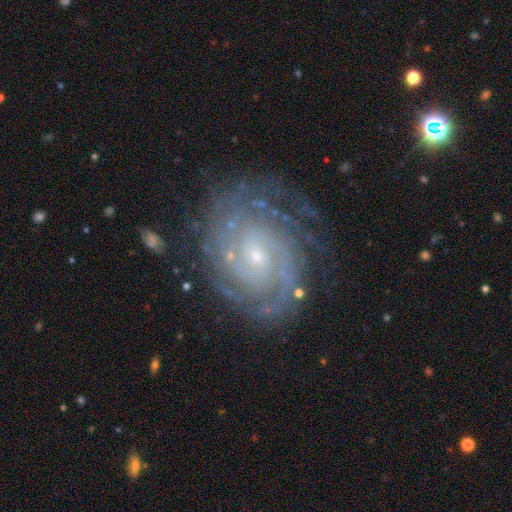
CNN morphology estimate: A featured or disk galaxy (89%) with no bar (64%), 2 (28%) tight (77%) spiral arms (98%) and a small central bulge (76%).

Vote fractions:
- Smooth or featured? featured or disk: 89% / star or artifact: 7% / smooth: 5%
- Edge-on disk? no: 97% / yes: 3%
- Bar? no: 64% / weak: 29% / strong: 7%
- Spiral arms? yes: 98% / no: 2%
- Spiral winding? tight: 77% / medium: 20% / loose: 3%
- Spiral arm count? 2: 28% / can't tell: 24% / 3: 18% / 4: 15% / more than 4: 9% / 1: 7%
- Bulge size? small: 76% / moderate: 20% / none: 2% / large: 1% / dominant: 1%
- Merging? none: 77% / minor disturbance: 15% / major disturbance: 6% / merger: 2%